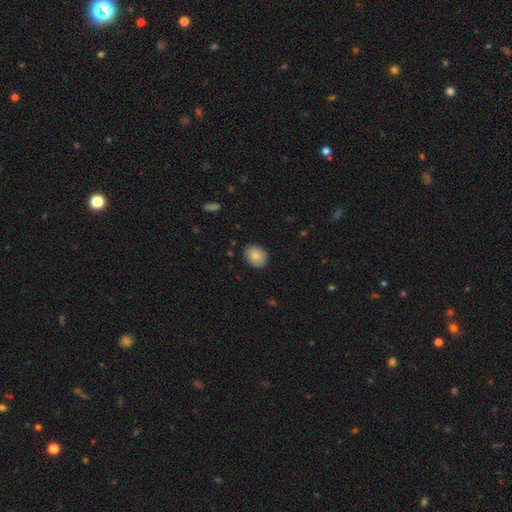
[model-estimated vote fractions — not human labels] smooth 86%, star or artifact 7%, featured or disk 7%. Down the decision tree: how rounded — in between (53%); merging — none (87%).